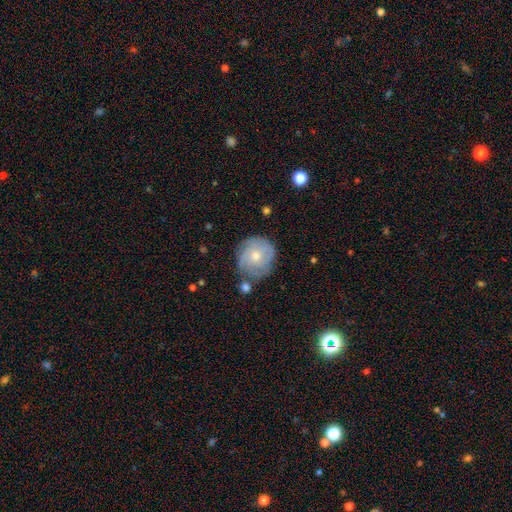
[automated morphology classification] Smooth or featured? featured or disk (62%)
Edge-on disk? no (98%)
Bar? no (80%)
Spiral arms? yes (86%)
Spiral winding? tight (66%)
Spiral arm count? can't tell (40%)
Bulge size? moderate (55%)
Merging? none (71%)